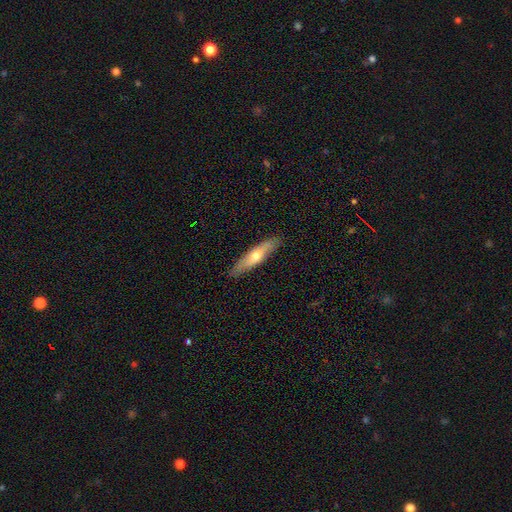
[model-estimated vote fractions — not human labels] This appears to be a featured or disk galaxy (47%, tied with smooth). Merging: none (88%).